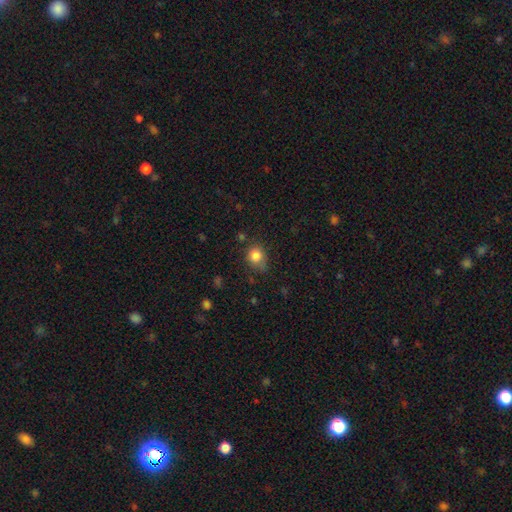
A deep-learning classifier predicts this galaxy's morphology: Smooth or featured?
  - smooth: 83% *
  - star or artifact: 10%
  - featured or disk: 6%
How rounded?
  - round: 65% *
  - in between: 34%
  - cigar-shaped: 1%
Merging?
  - none: 62% *
  - minor disturbance: 27%
  - major disturbance: 8%
  - merger: 4%